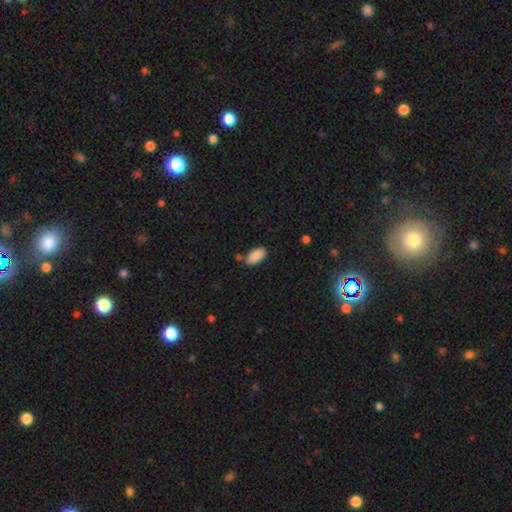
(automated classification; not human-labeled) A smooth galaxy with no disk features (89%) that is in between round and cigar-shaped (94%). Merging: none (74%).